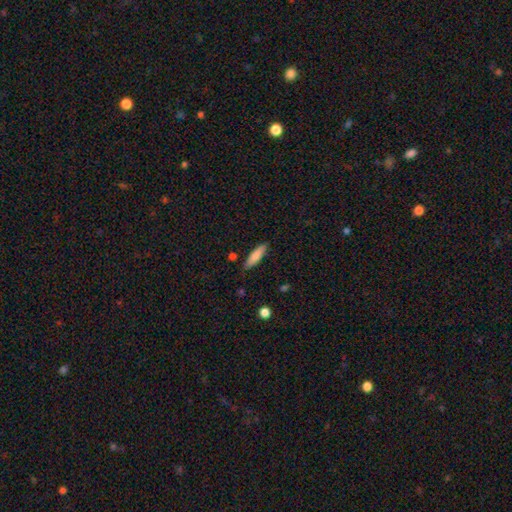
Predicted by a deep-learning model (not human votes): smooth 82%, featured or disk 12%, star or artifact 6%. Down the decision tree: how rounded — cigar-shaped (73%); merging — none (85%).